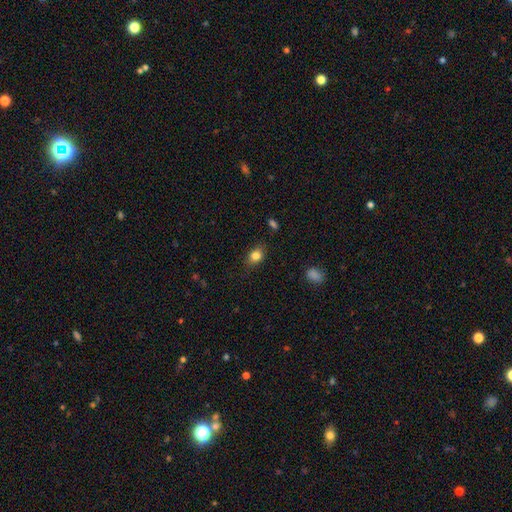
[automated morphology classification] Smooth or featured? smooth (82%)
How rounded? in between (69%)
Merging? none (82%)